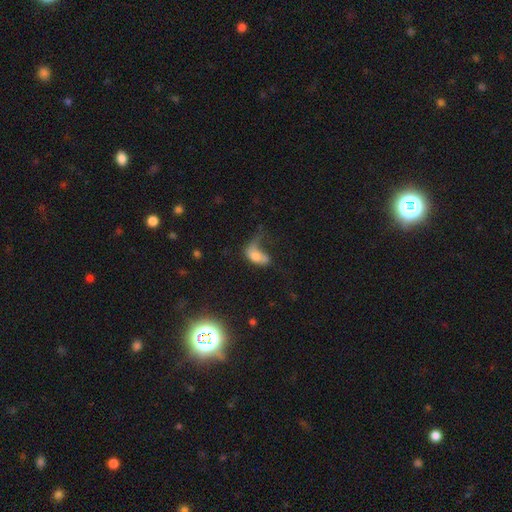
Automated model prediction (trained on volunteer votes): Morphology: type=smooth (61%); roundness=in between (85%); merging=major disturbance (51%).